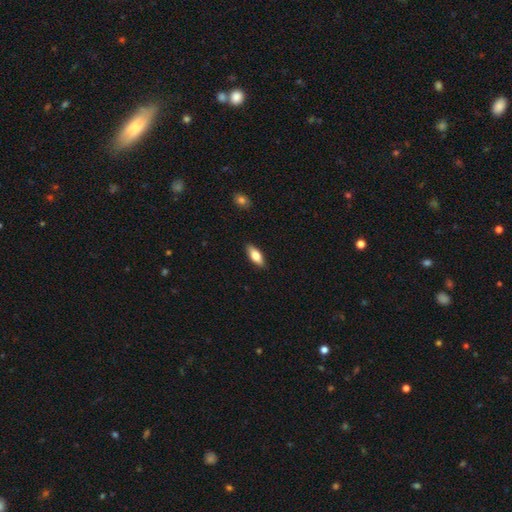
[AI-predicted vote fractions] Smooth or featured: smooth — 76% (featured or disk — 18%)
How rounded: in between — 81% (cigar-shaped — 17%)
Merging: none — 89% (minor disturbance — 9%)